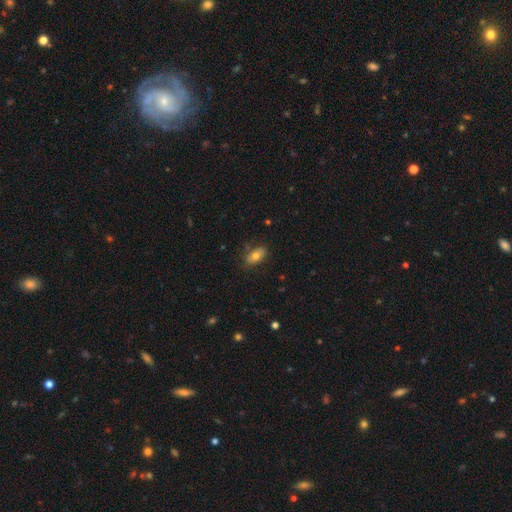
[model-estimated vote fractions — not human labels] The model was most divided on "smooth or featured": smooth: 72%, featured or disk: 20%, star or artifact: 9%. More confident: how rounded — in between (87%); merging — none (75%).